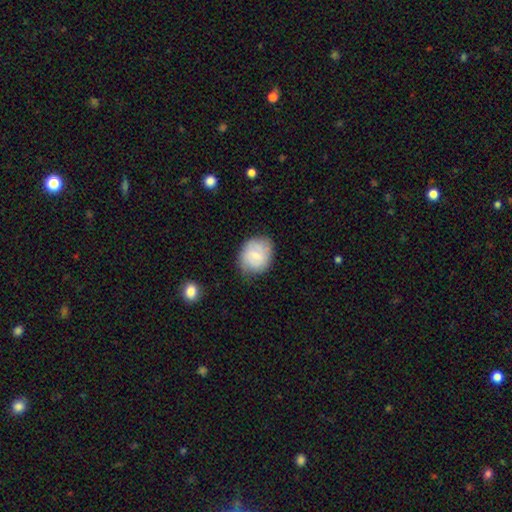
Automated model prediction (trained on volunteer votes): Smooth or featured? Predicted: smooth (p=0.67). How rounded? Predicted: round (p=0.68). Merging? Predicted: none (p=0.66).